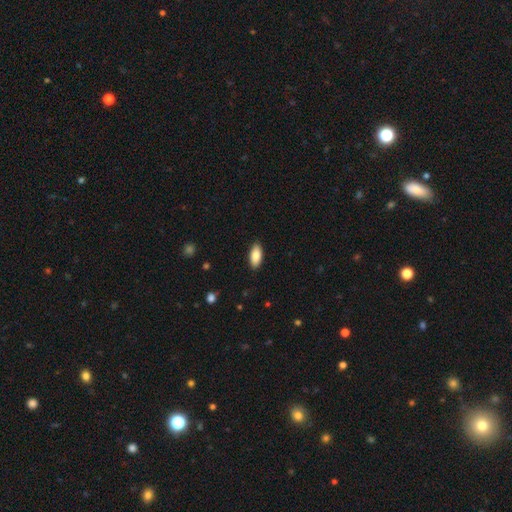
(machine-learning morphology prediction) smooth 87%, featured or disk 7%, star or artifact 6%. Down the decision tree: how rounded — in between (90%); merging — none (89%).